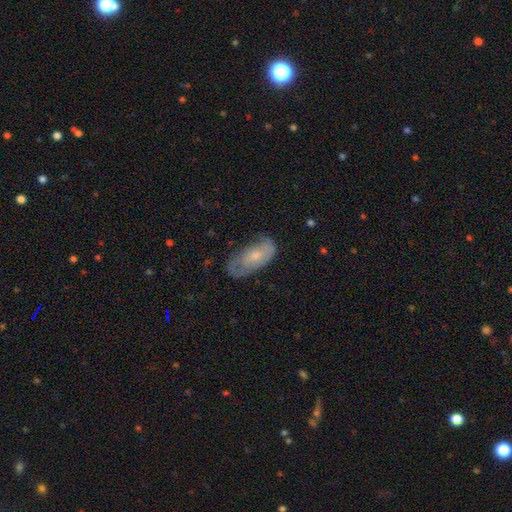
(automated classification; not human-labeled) smooth_or_featured: featured or disk (p=0.47) [alt: smooth p=0.46]
merging: none (p=0.53) [alt: minor disturbance p=0.31]